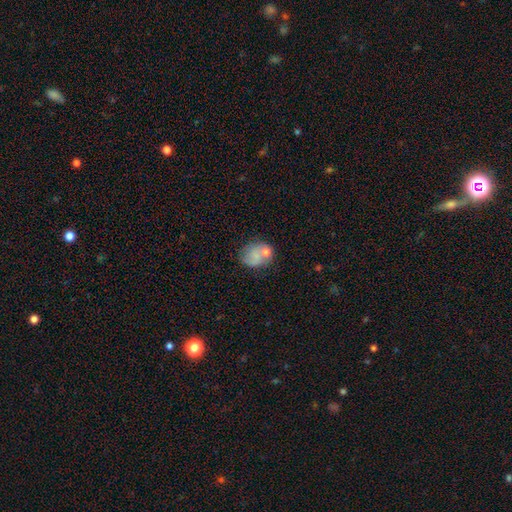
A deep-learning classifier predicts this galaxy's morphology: This appears to be a smooth galaxy with no disk features (67%) that is round (65%). Merging: none (45%).